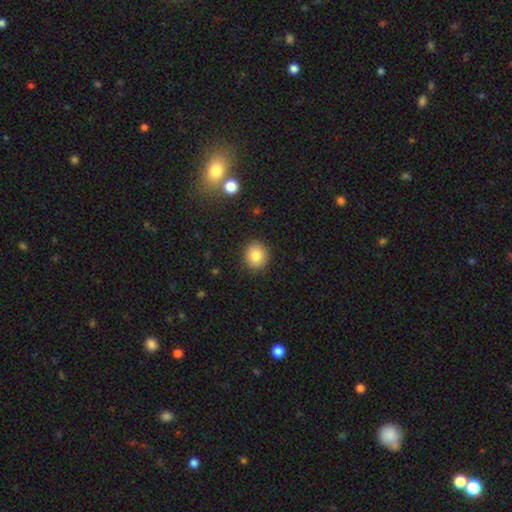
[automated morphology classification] A smooth galaxy with no disk features (83%) that is round (85%). Merging: none (90%).